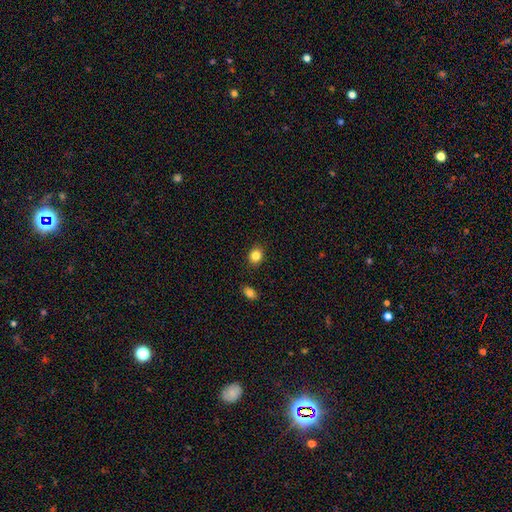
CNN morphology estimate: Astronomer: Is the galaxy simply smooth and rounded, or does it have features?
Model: smooth — 84%.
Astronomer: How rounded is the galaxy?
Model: round — 59% (runner-up: in between, 40%).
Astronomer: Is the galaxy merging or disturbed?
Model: none — 88%.